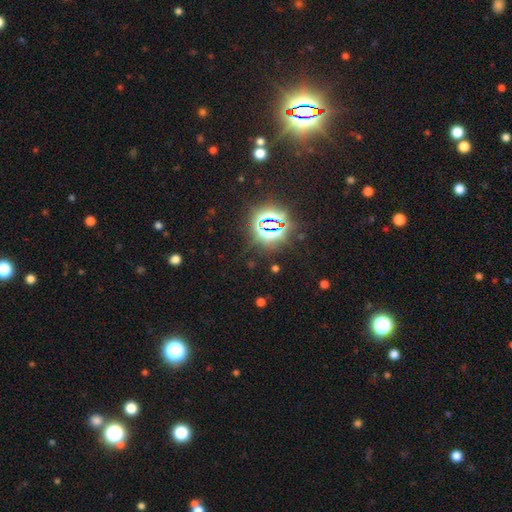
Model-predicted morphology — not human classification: smooth_or_featured: star or artifact (p=0.83) [alt: smooth p=0.11]